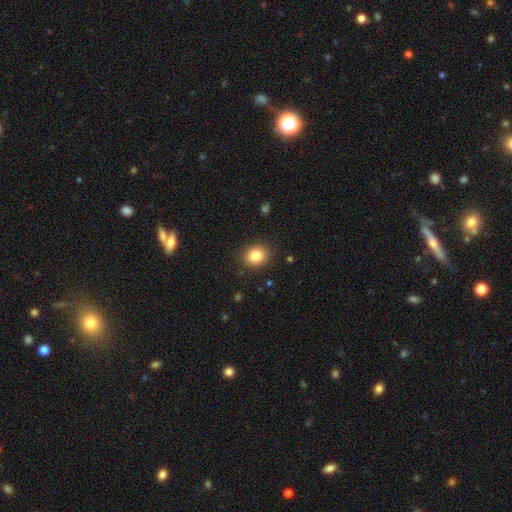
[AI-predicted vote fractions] The model was most divided on "how rounded": round: 66%, in between: 33%, cigar-shaped: 1%. More confident: merging — none (88%); smooth or featured — smooth (84%).